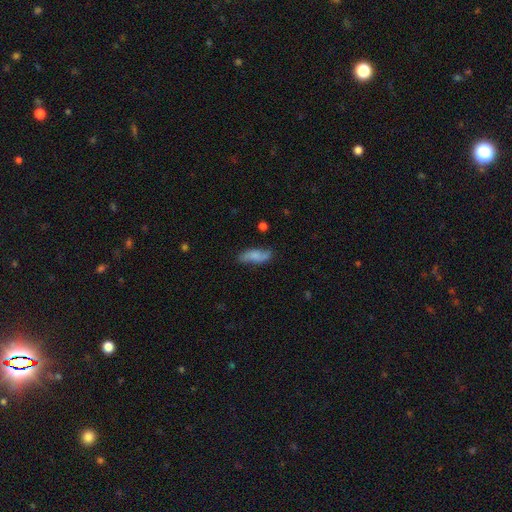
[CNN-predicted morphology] Smooth or featured? Predicted: smooth (p=0.65). How rounded? Predicted: in between (p=0.67). Merging? Predicted: none (p=0.68).